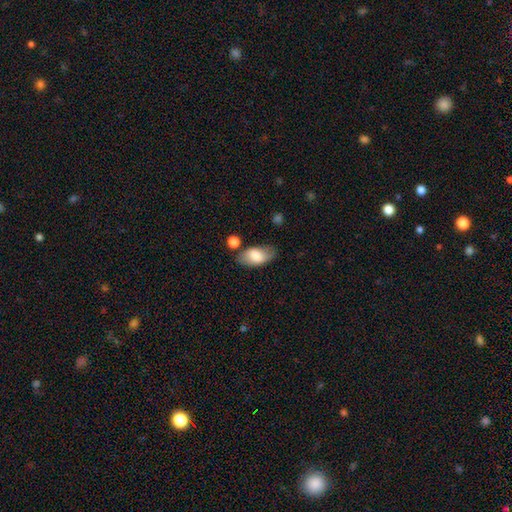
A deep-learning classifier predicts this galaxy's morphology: Smooth or featured?
  - smooth: 77% *
  - featured or disk: 17%
  - star or artifact: 7%
How rounded?
  - in between: 93% *
  - round: 4%
  - cigar-shaped: 4%
Merging?
  - none: 72% *
  - minor disturbance: 16%
  - merger: 7%
  - major disturbance: 5%